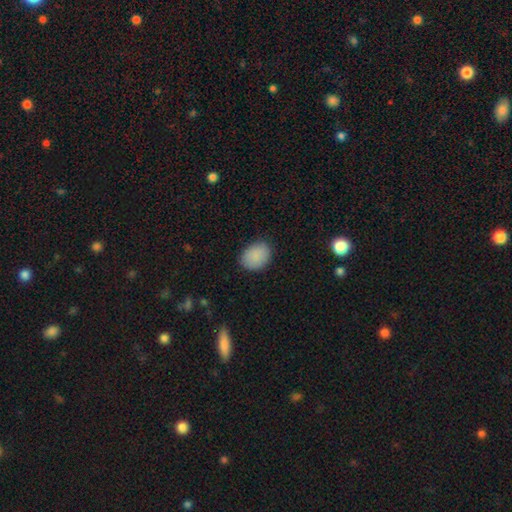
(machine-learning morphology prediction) smooth-or-featured: smooth: 88% | star or artifact: 8% | featured or disk: 5%
  how-rounded: in between: 59% | round: 40% | cigar-shaped: 1%
  merging: none: 82% | minor disturbance: 14% | major disturbance: 3% | merger: 1%